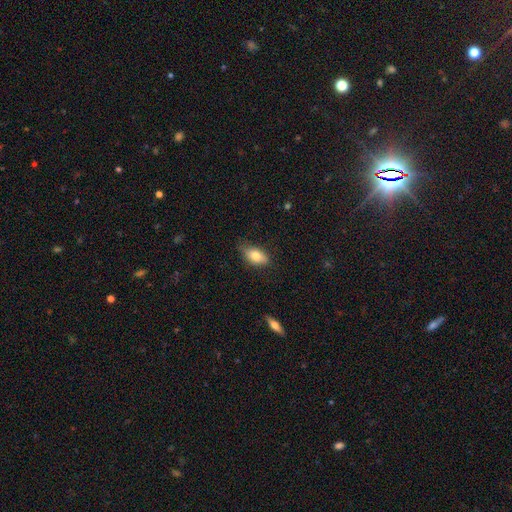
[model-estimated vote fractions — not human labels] The model was most divided on "merging": none: 72%, minor disturbance: 22%, major disturbance: 4%, merger: 1%. More confident: how rounded — in between (88%); smooth or featured — smooth (79%).